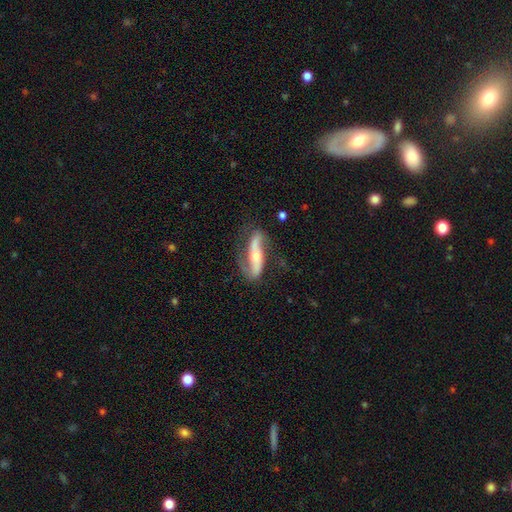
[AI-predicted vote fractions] Smooth or featured: featured or disk — 78% (smooth — 17%)
Edge-on disk: no — 80% (yes — 20%)
Bar: strong — 45% (no — 34%)
Spiral arms: yes — 91% (no — 9%)
Spiral winding: loose — 58% (medium — 29%)
Spiral arm count: 2 — 89% (can't tell — 4%)
Bulge size: moderate — 46% (small — 45%)
Merging: none — 68% (minor disturbance — 19%)